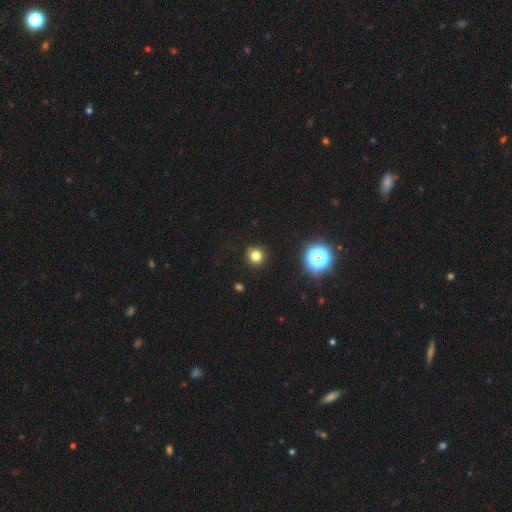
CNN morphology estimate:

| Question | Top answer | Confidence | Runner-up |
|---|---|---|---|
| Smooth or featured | smooth | 77% | star or artifact (17%) |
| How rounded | round | 94% | in between (5%) |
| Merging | none | 92% | minor disturbance (5%) |